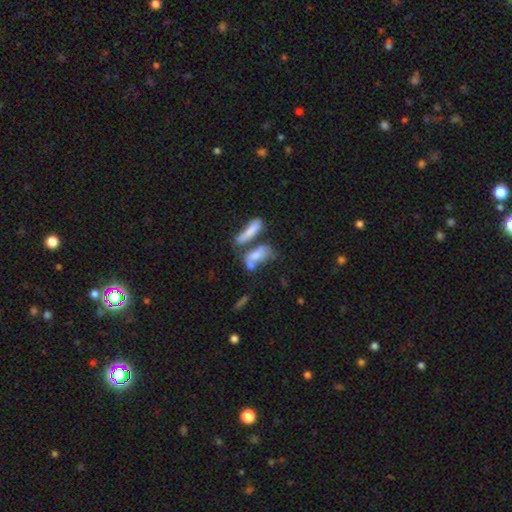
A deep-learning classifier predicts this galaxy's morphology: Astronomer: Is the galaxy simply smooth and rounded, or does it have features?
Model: smooth — 62%.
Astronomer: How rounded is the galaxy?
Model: in between — 62%.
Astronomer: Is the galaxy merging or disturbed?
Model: merger — 47% (runner-up: none, 29%).